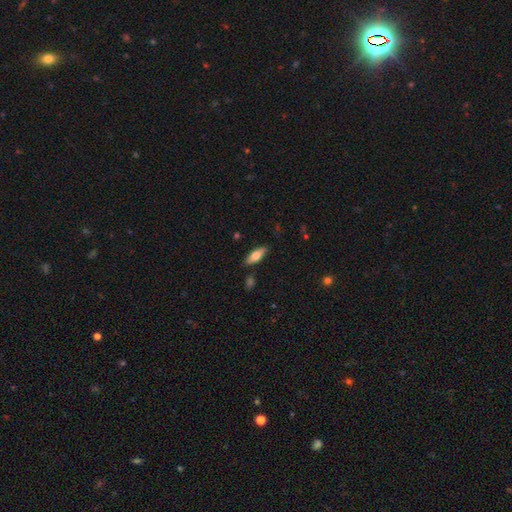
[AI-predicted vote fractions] Smooth or featured? Predicted: smooth (p=0.63). How rounded? Predicted: in between (p=0.65). Merging? Predicted: none (p=0.84).